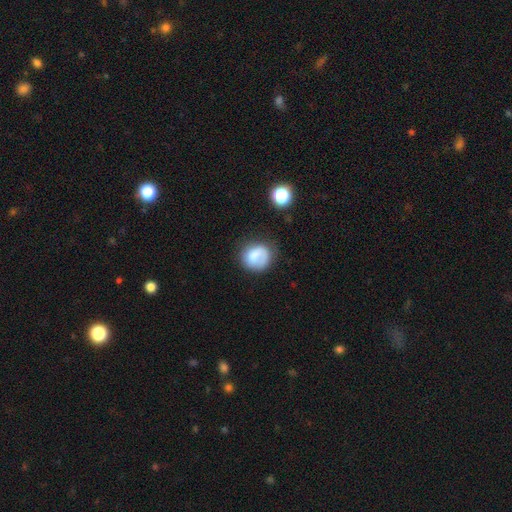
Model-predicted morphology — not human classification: smooth 70%, featured or disk 22%, star or artifact 8%. Down the decision tree: how rounded — round (74%); merging — none (62%).